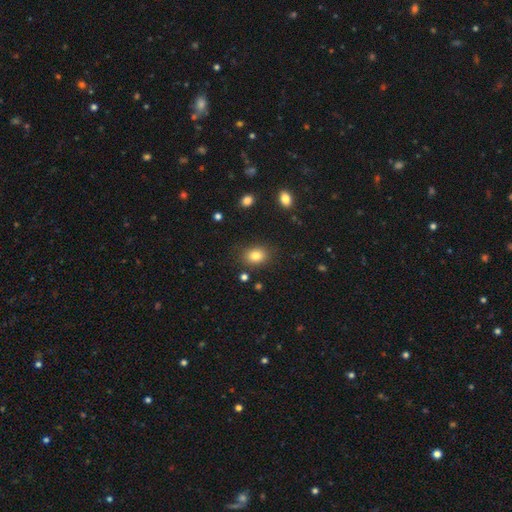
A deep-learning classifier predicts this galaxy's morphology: smooth-or-featured: smooth: 82% | star or artifact: 11% | featured or disk: 7%
  how-rounded: in between: 59% | round: 40% | cigar-shaped: 1%
  merging: none: 84% | minor disturbance: 10% | major disturbance: 3% | merger: 2%